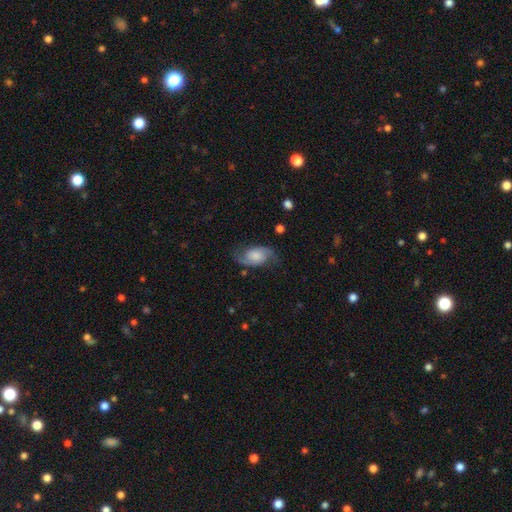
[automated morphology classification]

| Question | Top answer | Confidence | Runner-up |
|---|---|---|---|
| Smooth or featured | featured or disk | 75% | smooth (18%) |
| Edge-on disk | no | 97% | yes (3%) |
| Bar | no | 64% | weak (30%) |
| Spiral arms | yes | 95% | no (5%) |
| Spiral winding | medium | 44% | loose (41%) |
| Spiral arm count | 2 | 92% | can't tell (3%) |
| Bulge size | small | 34% | moderate (27%) |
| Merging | none | 74% | minor disturbance (17%) |